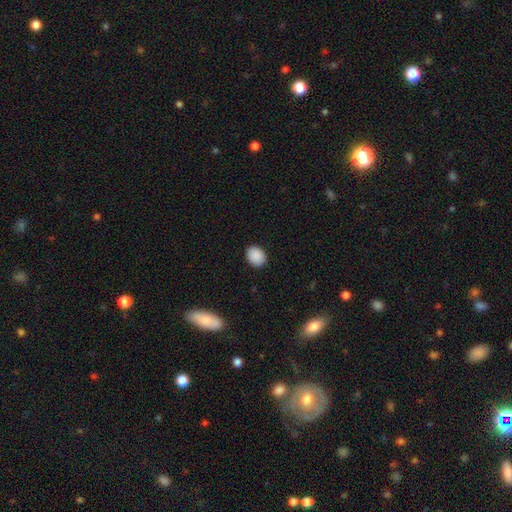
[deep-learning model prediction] A smooth galaxy with no disk features (90%) that is in between round and cigar-shaped (58%). Merging: none (88%).